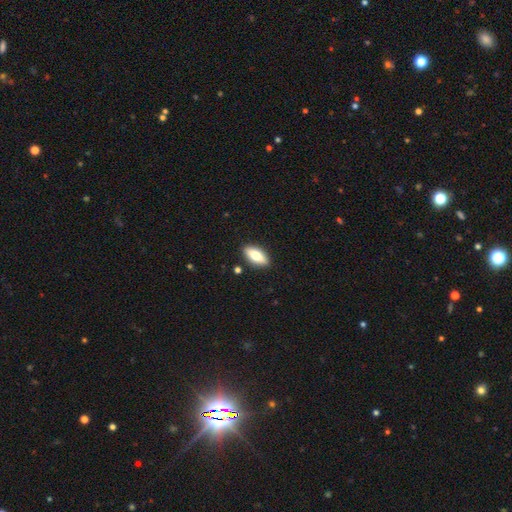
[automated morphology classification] smooth_or_featured: smooth (p=0.71) [alt: featured or disk p=0.22]
how_rounded: in between (p=0.83) [alt: cigar-shaped p=0.14]
merging: none (p=0.88) [alt: minor disturbance p=0.08]